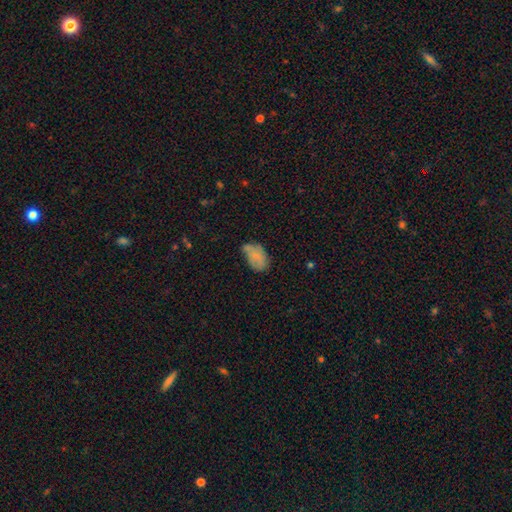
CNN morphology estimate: type=smooth (72%); roundness=in between (91%); merging=none (39%).